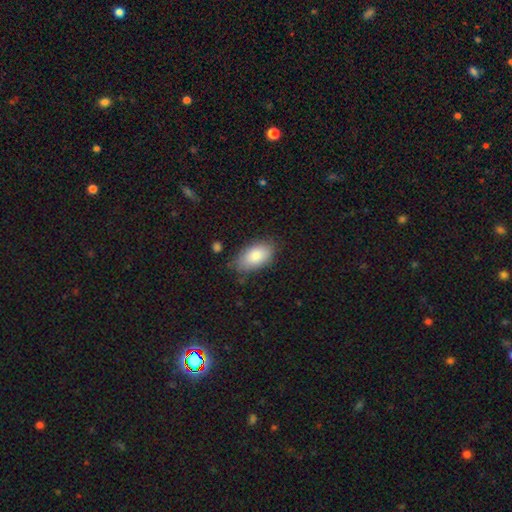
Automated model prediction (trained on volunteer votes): smooth-or-featured: smooth: 85% | featured or disk: 8% | star or artifact: 6%
  how-rounded: in between: 94% | round: 4% | cigar-shaped: 3%
  merging: none: 74% | minor disturbance: 19% | major disturbance: 4% | merger: 2%